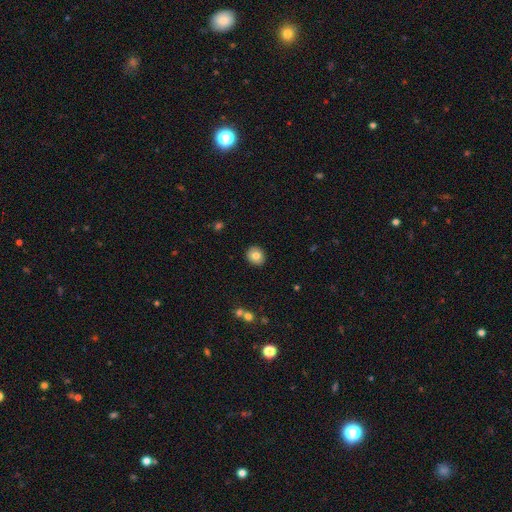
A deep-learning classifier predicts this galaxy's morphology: A smooth galaxy with no disk features (80%) that is round (74%).

Vote fractions:
- Smooth or featured? smooth: 80% / featured or disk: 12% / star or artifact: 8%
- How rounded? round: 74% / in between: 25% / cigar-shaped: 1%
- Merging? none: 91% / minor disturbance: 6% / major disturbance: 2% / merger: 1%